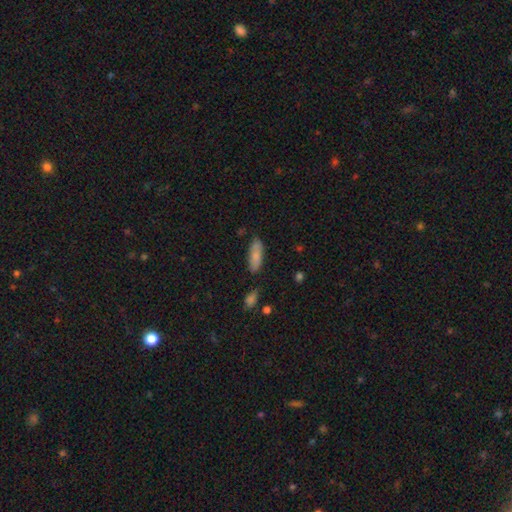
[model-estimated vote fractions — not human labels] Smooth or featured? smooth (78%)
How rounded? in between (70%)
Merging? none (74%)